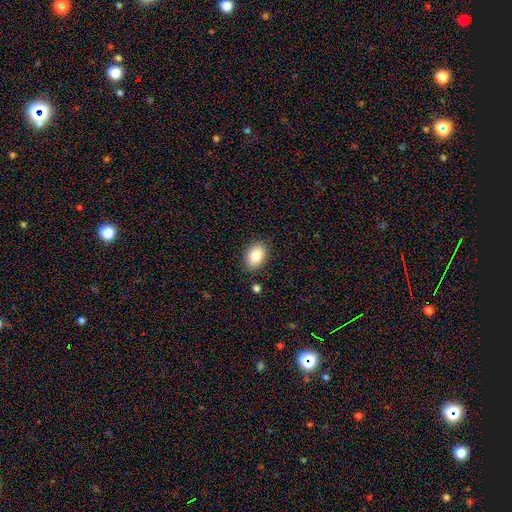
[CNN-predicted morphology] Smooth or featured: smooth — 86% (star or artifact — 8%)
How rounded: in between — 79% (round — 20%)
Merging: none — 85% (minor disturbance — 10%)